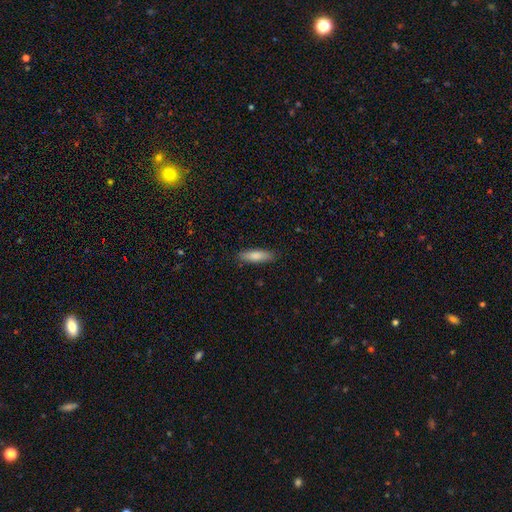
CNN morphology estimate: A smooth galaxy with no disk features (81%) that is cigar-shaped (59%).

Vote fractions:
- Smooth or featured? smooth: 81% / featured or disk: 13% / star or artifact: 6%
- How rounded? cigar-shaped: 59% / in between: 39% / round: 2%
- Merging? none: 88% / minor disturbance: 9% / major disturbance: 2% / merger: 1%